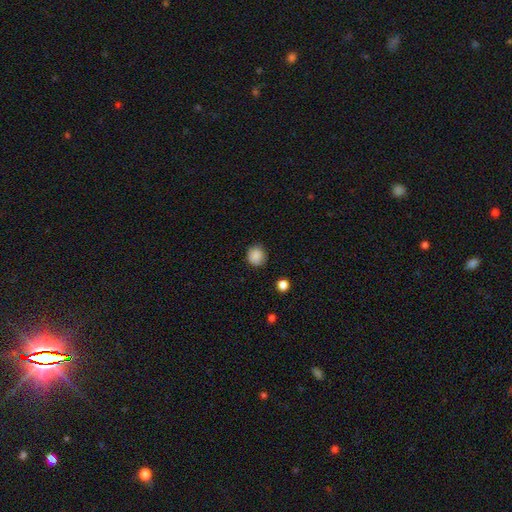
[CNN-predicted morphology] Smooth or featured: smooth — 87% (star or artifact — 9%)
How rounded: round — 88% (in between — 11%)
Merging: none — 83% (minor disturbance — 13%)